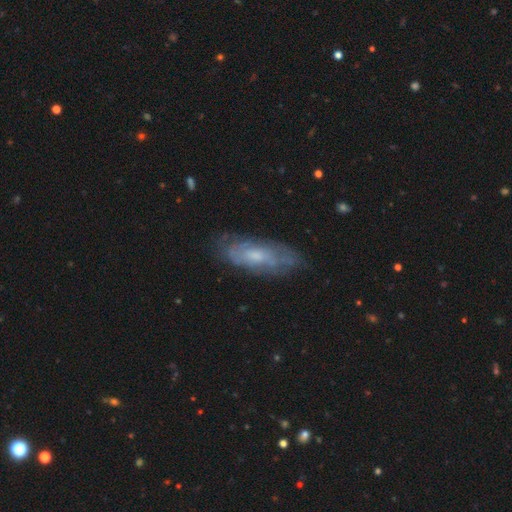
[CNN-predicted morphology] Smooth or featured? Predicted: featured or disk (p=0.58). Edge-on disk? Predicted: no (p=0.80). Merging? Predicted: none (p=0.72).